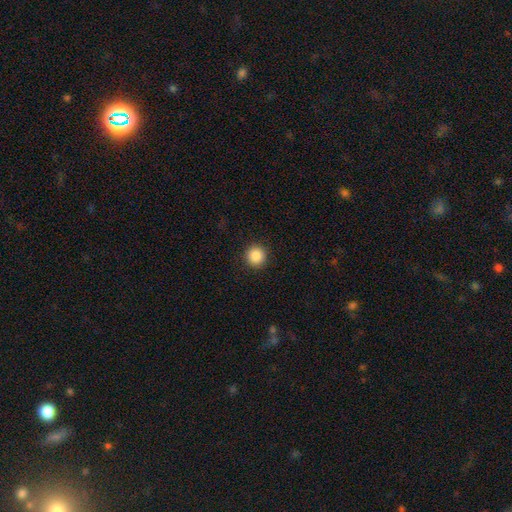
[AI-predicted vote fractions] Overall: smooth (87%). How rounded: round (95%). Merging: none (92%).